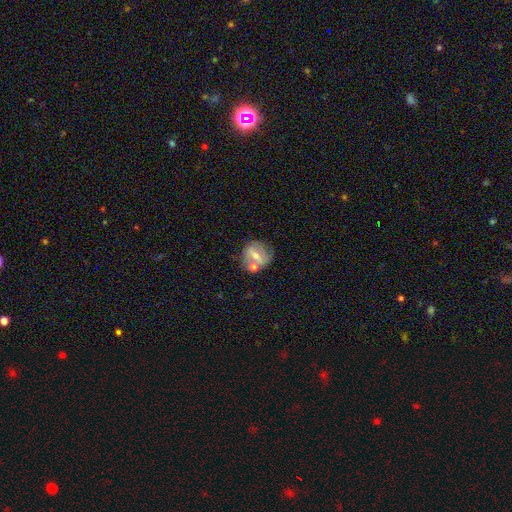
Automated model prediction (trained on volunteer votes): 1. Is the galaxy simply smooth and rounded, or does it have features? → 52% featured or disk, 39% smooth, 9% star or artifact.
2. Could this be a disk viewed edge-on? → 91% no, 9% yes.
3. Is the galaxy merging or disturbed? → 53% none, 23% merger, 16% minor disturbance, 7% major disturbance.